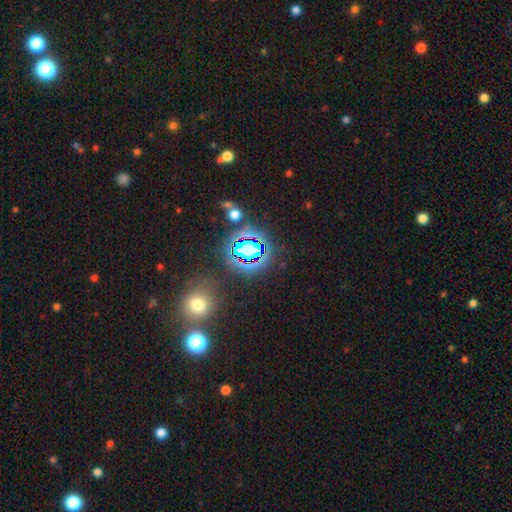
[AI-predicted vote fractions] A star or artifact, not a galaxy (72%).

Vote fractions:
- Smooth or featured? star or artifact: 72% / smooth: 18% / featured or disk: 10%